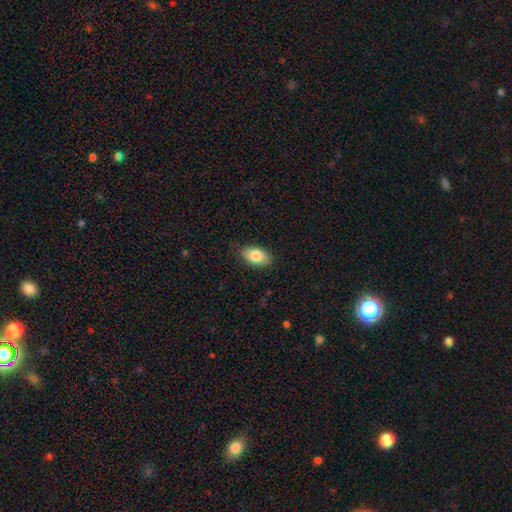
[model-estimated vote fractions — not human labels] This appears to be a smooth galaxy with no disk features (83%) that is in between round and cigar-shaped (92%). Merging: none (81%).